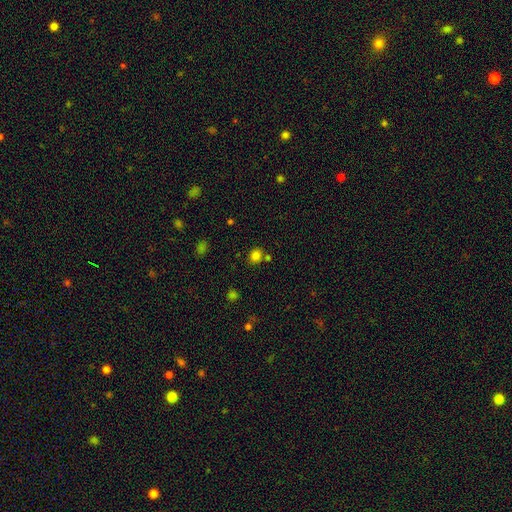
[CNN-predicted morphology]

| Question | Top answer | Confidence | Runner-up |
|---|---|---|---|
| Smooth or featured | smooth | 80% | star or artifact (14%) |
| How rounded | round | 71% | in between (29%) |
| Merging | none | 74% | merger (12%) |